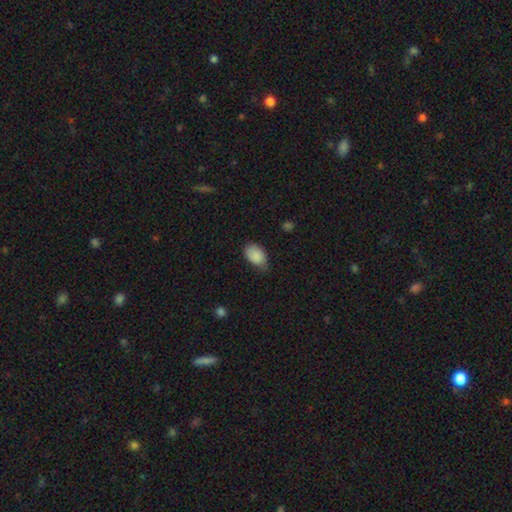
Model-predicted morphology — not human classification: Smooth or featured? smooth (87%)
How rounded? in between (87%)
Merging? none (57%)